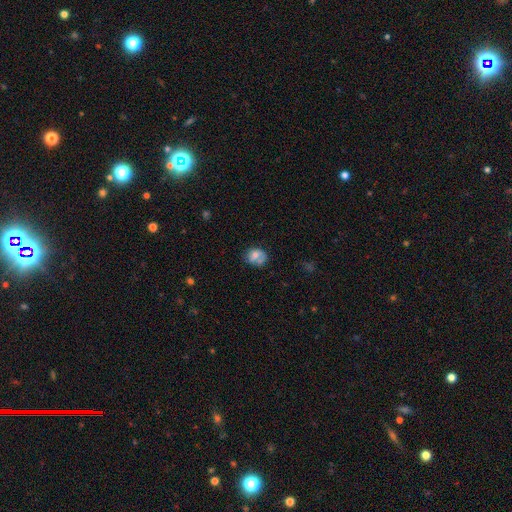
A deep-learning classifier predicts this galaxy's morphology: A smooth galaxy with no disk features (61%) that is round (55%). Merging: none (43%).